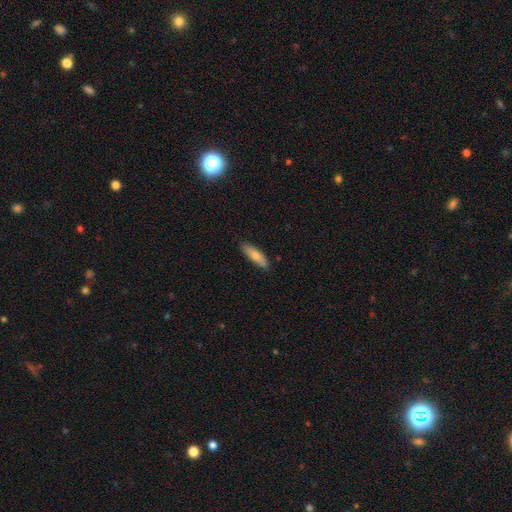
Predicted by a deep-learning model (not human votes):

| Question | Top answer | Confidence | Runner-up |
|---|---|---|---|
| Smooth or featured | smooth | 74% | featured or disk (20%) |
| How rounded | cigar-shaped | 58% | in between (41%) |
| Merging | none | 85% | minor disturbance (12%) |